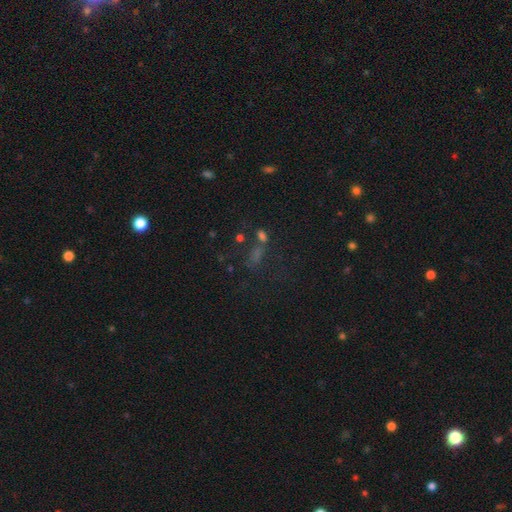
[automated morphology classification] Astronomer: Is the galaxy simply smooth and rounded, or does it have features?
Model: star or artifact — 45% (runner-up: smooth, 39%).